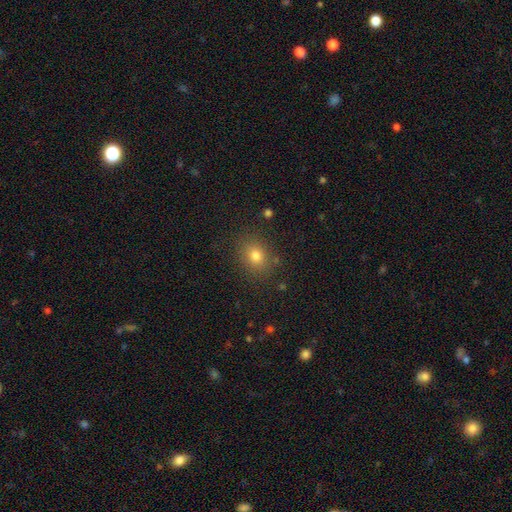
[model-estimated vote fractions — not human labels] The model was most divided on "how rounded": round: 62%, in between: 37%, cigar-shaped: 1%. More confident: merging — none (85%); smooth or featured — smooth (77%).